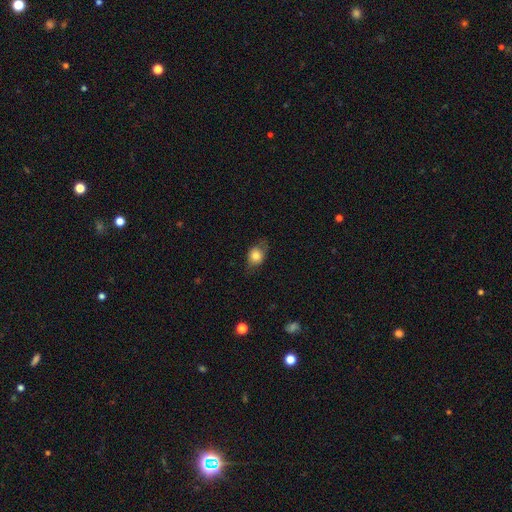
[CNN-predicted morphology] Overall: smooth (76%). How rounded: in between (57%; round 41%). Merging: none (69%).